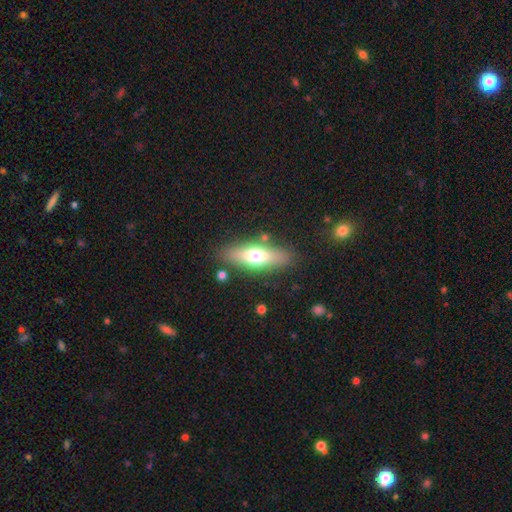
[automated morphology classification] smooth_or_featured: smooth (p=0.59) [alt: featured or disk p=0.34]
how_rounded: in between (p=0.50) [alt: cigar-shaped p=0.47]
merging: none (p=0.83) [alt: minor disturbance p=0.11]